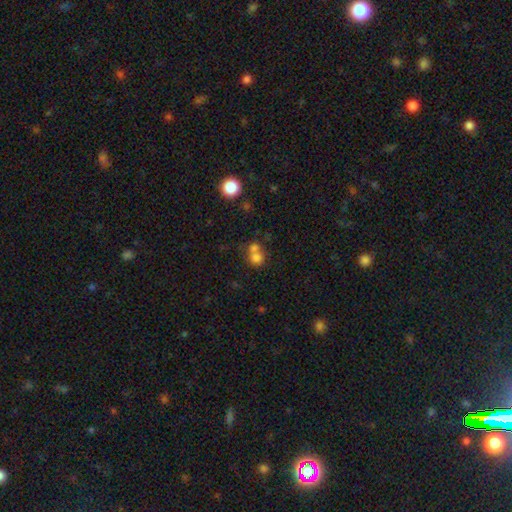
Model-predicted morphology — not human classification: Smooth or featured? smooth (73%)
How rounded? round (79%)
Merging? merger (55%)